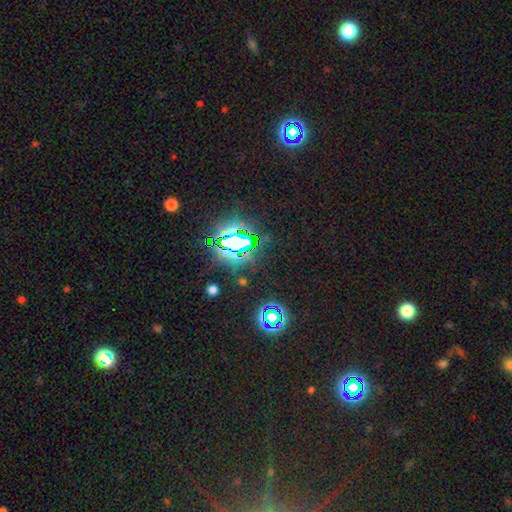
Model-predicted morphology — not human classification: Q: Smooth or featured?
A: star or artifact (81%); runner-up: smooth (12%)